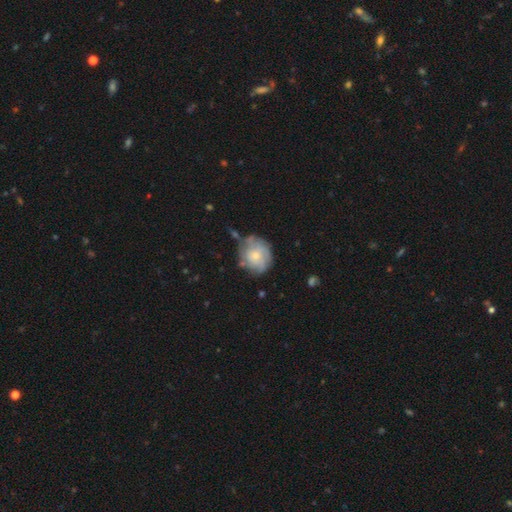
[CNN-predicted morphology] A featured or disk galaxy (51%).

Vote fractions:
- Smooth or featured? featured or disk: 51% / smooth: 42% / star or artifact: 7%
- Edge-on disk? no: 97% / yes: 3%
- Merging? none: 56% / minor disturbance: 27% / major disturbance: 11% / merger: 6%